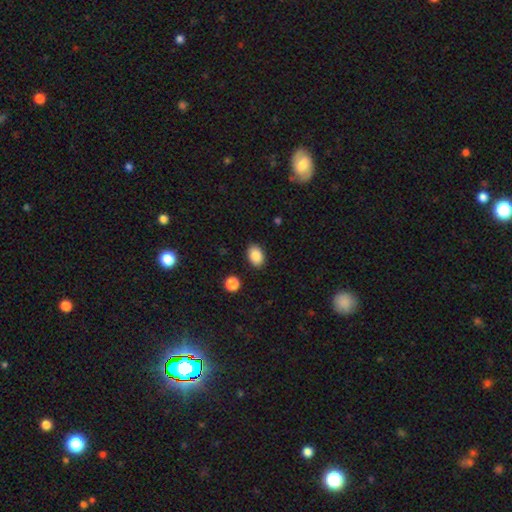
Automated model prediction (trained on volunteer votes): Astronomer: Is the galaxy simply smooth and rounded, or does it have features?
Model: smooth — 88%.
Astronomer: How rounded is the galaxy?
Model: in between — 83%.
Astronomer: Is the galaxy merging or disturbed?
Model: none — 88%.